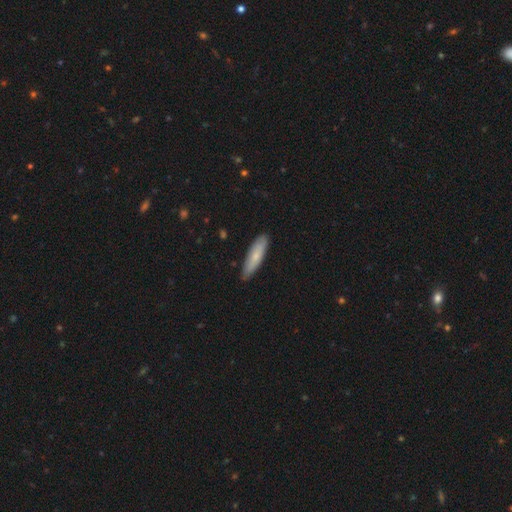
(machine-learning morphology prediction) Overall: smooth (72%). How rounded: cigar-shaped (71%). Merging: none (85%).